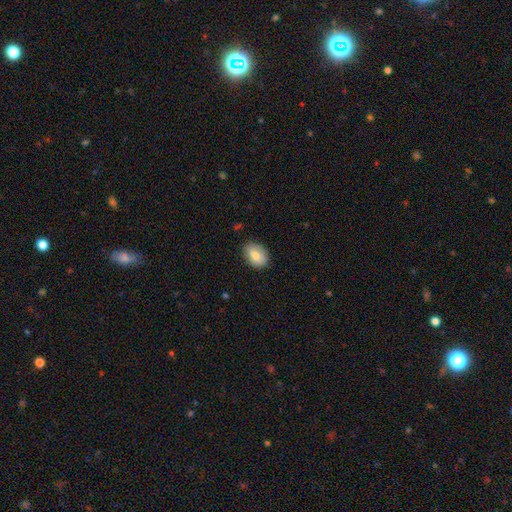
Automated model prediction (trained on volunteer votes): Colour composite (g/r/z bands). It shows a smooth galaxy with no disk features (76%) that is in between round and cigar-shaped (80%). Merging: none (82%).